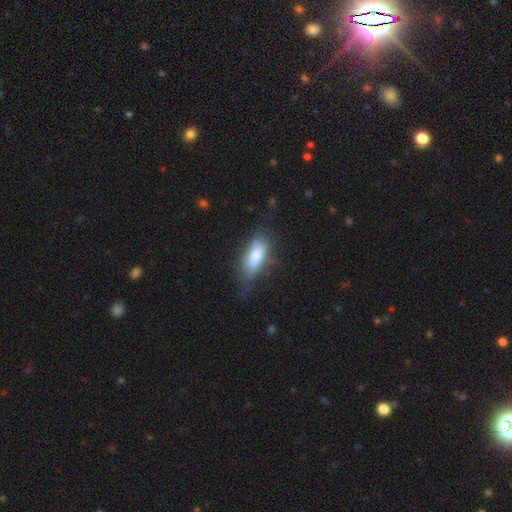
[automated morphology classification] A smooth galaxy with no disk features (71%) that is in between round and cigar-shaped (78%). Merging: none (53%).